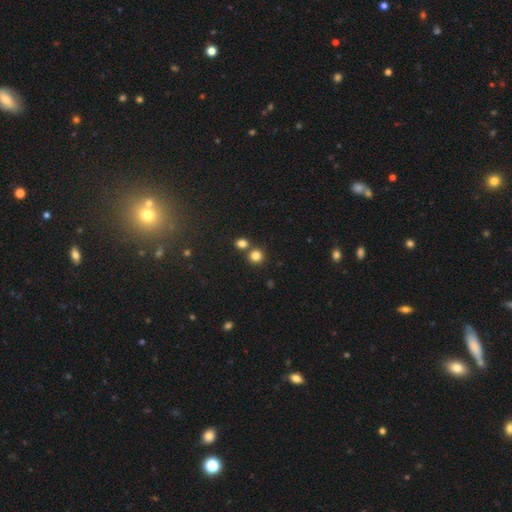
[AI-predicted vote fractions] smooth_or_featured: smooth (p=0.82) [alt: star or artifact p=0.13]
how_rounded: round (p=0.89) [alt: in between p=0.10]
merging: none (p=0.68) [alt: merger p=0.23]